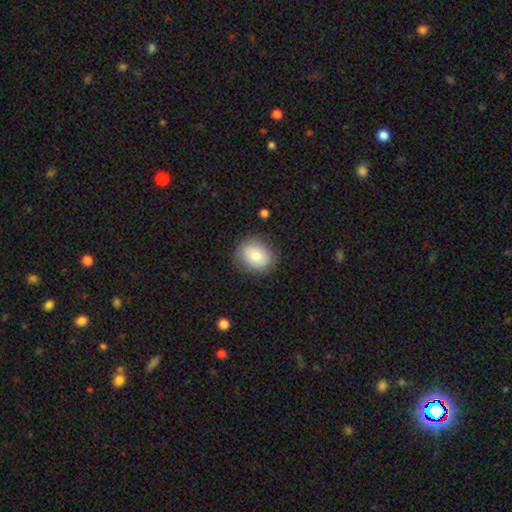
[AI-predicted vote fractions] smooth 79%, featured or disk 13%, star or artifact 8%. Down the decision tree: how rounded — round (61%); merging — none (83%).